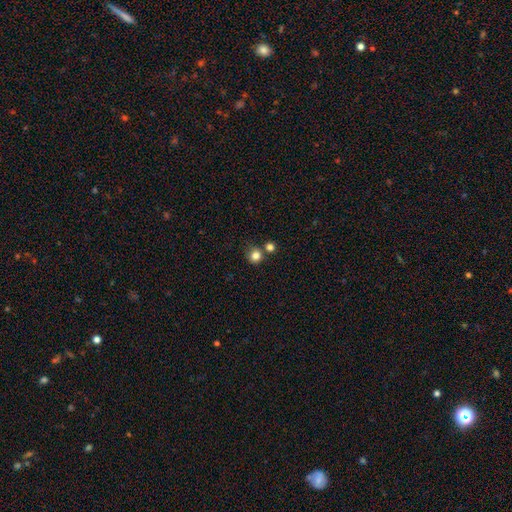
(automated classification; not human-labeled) The model was most divided on "merging": none: 69%, merger: 17%, minor disturbance: 10%, major disturbance: 4%. More confident: how rounded — round (89%); smooth or featured — smooth (83%).